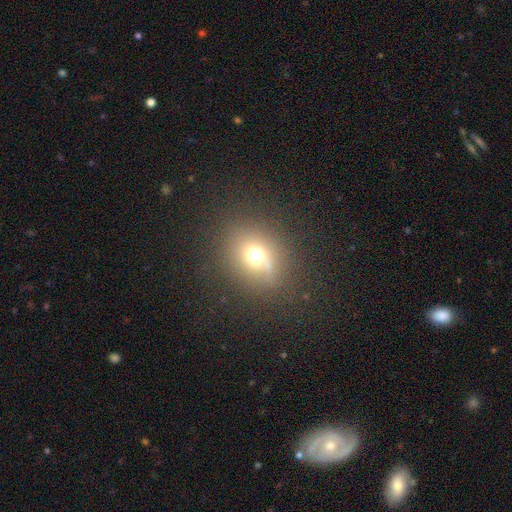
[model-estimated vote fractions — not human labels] This appears to be a smooth galaxy with no disk features (64%) that is round (73%). Merging: none (79%).